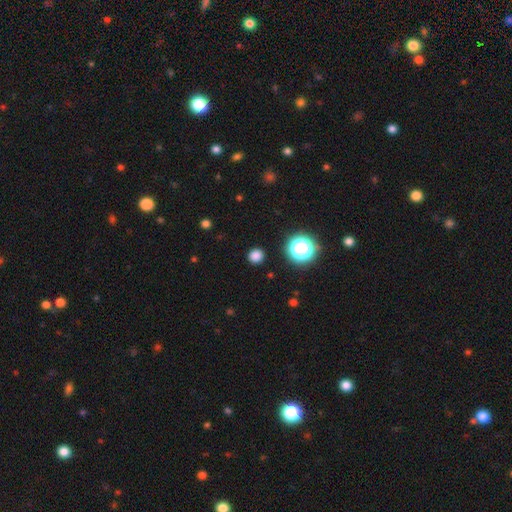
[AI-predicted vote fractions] This appears to be a smooth galaxy with no disk features (79%) that is round (92%). Merging: none (91%).